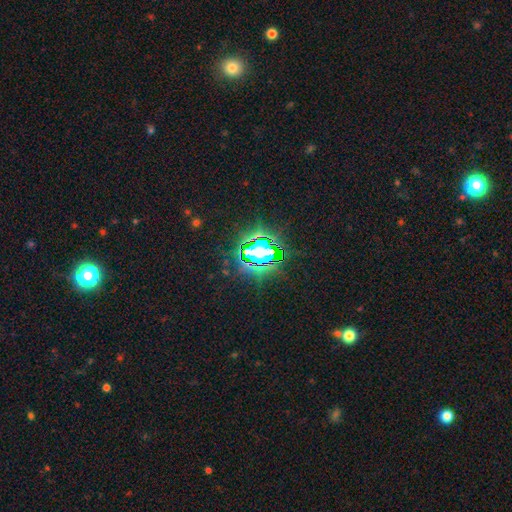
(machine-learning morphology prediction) Smooth or featured? Predicted: star or artifact (p=0.74).